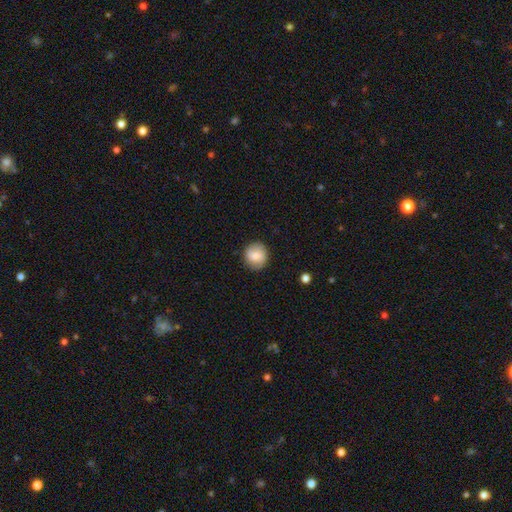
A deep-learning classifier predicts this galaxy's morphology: type=smooth (78%); roundness=round (88%); merging=none (86%).